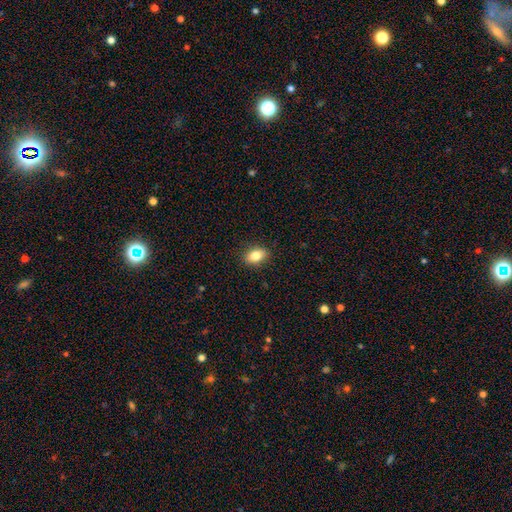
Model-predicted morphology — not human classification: This appears to be a smooth galaxy with no disk features (83%) that is in between round and cigar-shaped (81%). Merging: none (89%).